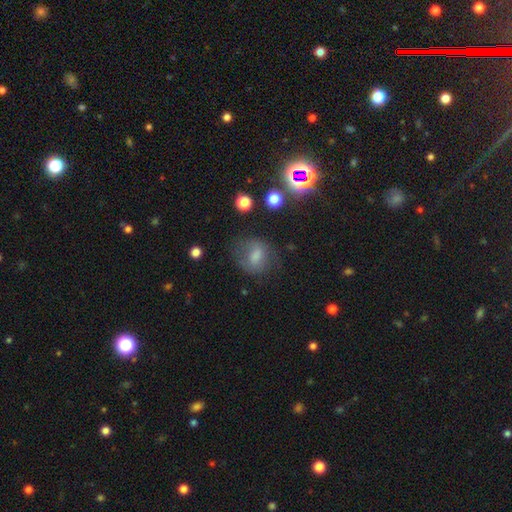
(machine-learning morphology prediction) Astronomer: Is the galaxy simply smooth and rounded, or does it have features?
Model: smooth — 66%.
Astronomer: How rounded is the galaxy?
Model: round — 55% (runner-up: in between, 44%).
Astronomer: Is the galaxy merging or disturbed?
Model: none — 60%.